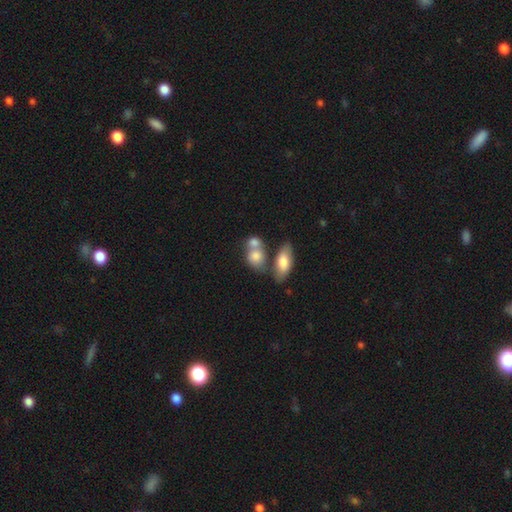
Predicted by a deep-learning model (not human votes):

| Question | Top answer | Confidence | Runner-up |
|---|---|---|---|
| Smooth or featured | smooth | 79% | featured or disk (13%) |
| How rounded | in between | 57% | round (40%) |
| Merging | merger | 50% | none (34%) |